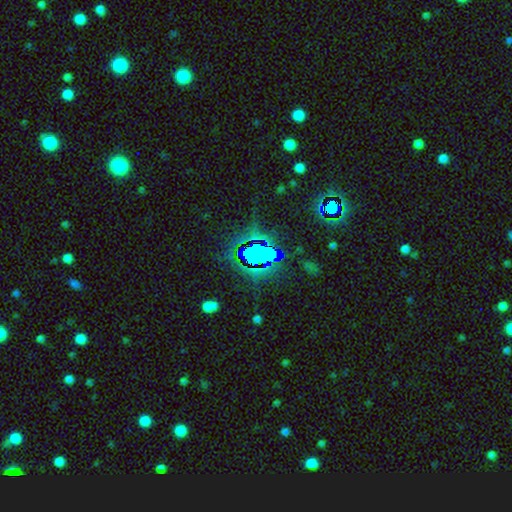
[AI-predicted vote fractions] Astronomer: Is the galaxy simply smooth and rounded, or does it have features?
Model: star or artifact — 69%.